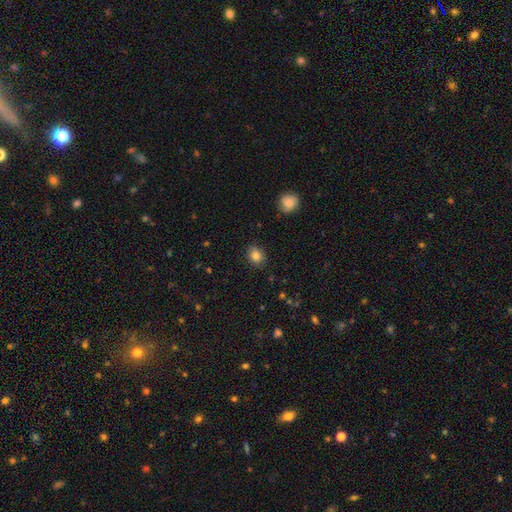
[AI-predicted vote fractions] A smooth galaxy with no disk features (84%) that is in between round and cigar-shaped (51%). Merging: none (85%).